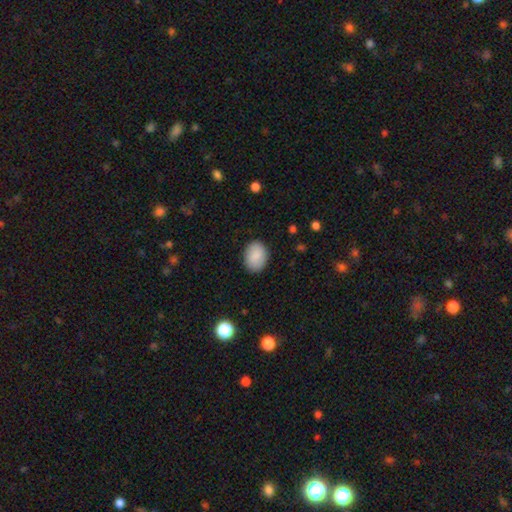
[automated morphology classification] This appears to be a smooth galaxy with no disk features (88%) that is in between round and cigar-shaped (67%). Merging: none (88%).